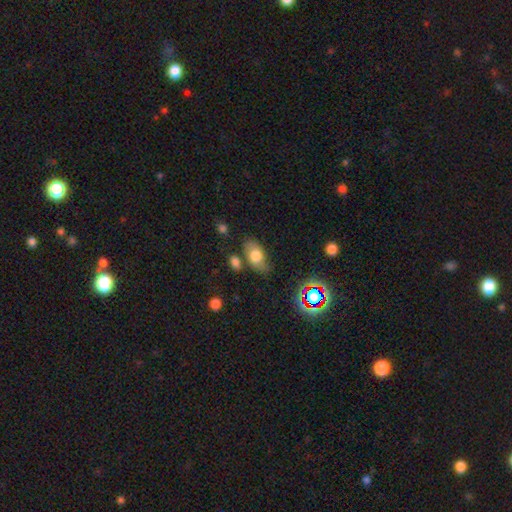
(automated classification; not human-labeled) smooth_or_featured: smooth (p=0.71) [alt: featured or disk p=0.19]
how_rounded: in between (p=0.89) [alt: round p=0.08]
merging: none (p=0.64) [alt: minor disturbance p=0.21]